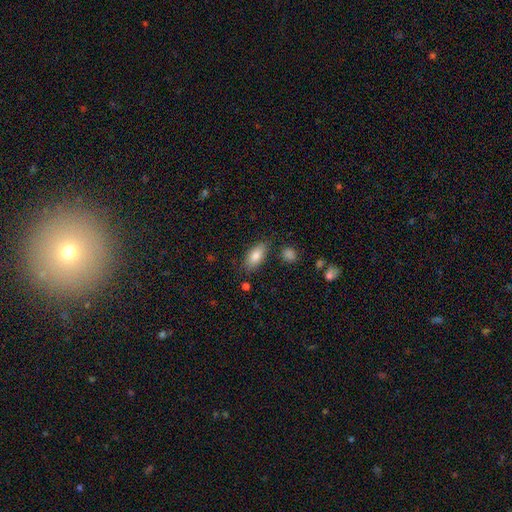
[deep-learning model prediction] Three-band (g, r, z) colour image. It shows a smooth galaxy with no disk features (82%) that is in between round and cigar-shaped (86%). Merging: none (77%).